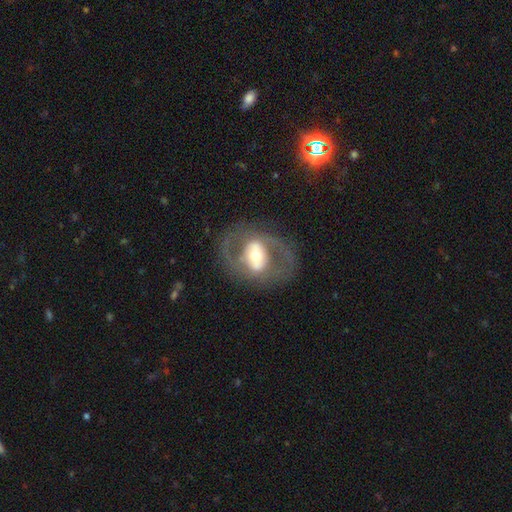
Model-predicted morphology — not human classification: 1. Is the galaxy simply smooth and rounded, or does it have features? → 79% featured or disk, 15% smooth, 6% star or artifact.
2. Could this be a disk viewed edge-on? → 94% no, 6% yes.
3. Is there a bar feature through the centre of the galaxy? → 42% strong, 33% weak, 26% no.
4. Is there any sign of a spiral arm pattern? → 65% yes, 35% no.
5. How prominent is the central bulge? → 63% moderate, 20% large, 14% small, 2% dominant, 1% none.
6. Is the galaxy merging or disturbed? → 74% none, 13% major disturbance, 12% minor disturbance, 1% merger.